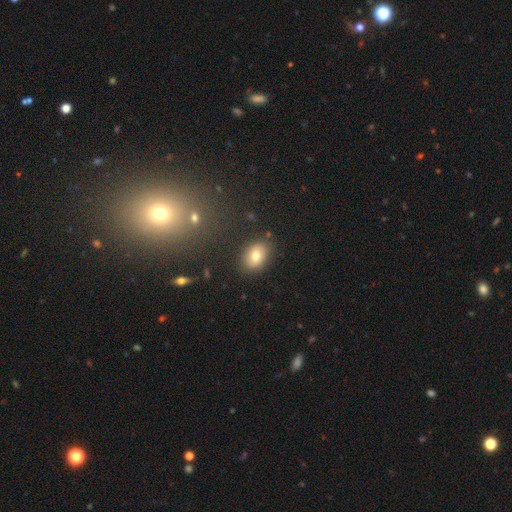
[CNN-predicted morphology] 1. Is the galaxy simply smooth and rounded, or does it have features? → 78% smooth, 12% featured or disk, 10% star or artifact.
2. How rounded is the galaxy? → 79% in between, 20% round, 1% cigar-shaped.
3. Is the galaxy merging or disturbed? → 85% none, 10% minor disturbance, 3% major disturbance, 2% merger.